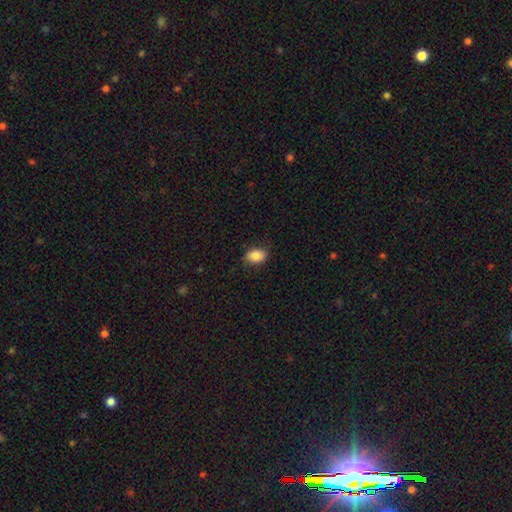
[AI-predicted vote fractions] Morphology: type=smooth (86%); roundness=in between (83%); merging=none (82%).